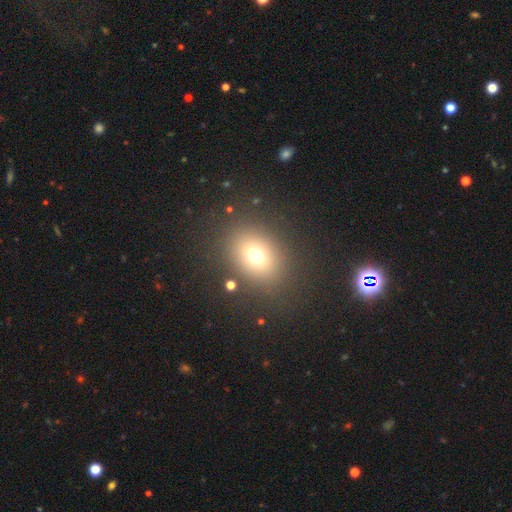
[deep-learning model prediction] Smooth or featured: smooth — 71% (star or artifact — 18%)
How rounded: in between — 50% (round — 49%)
Merging: none — 84% (minor disturbance — 8%)